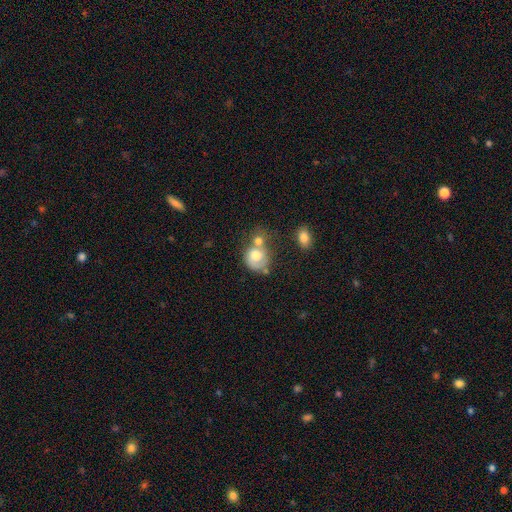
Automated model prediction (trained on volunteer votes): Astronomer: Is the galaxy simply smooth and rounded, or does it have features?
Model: smooth — 64%.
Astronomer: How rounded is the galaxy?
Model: round — 67%.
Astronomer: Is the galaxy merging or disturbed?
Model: merger — 52%.